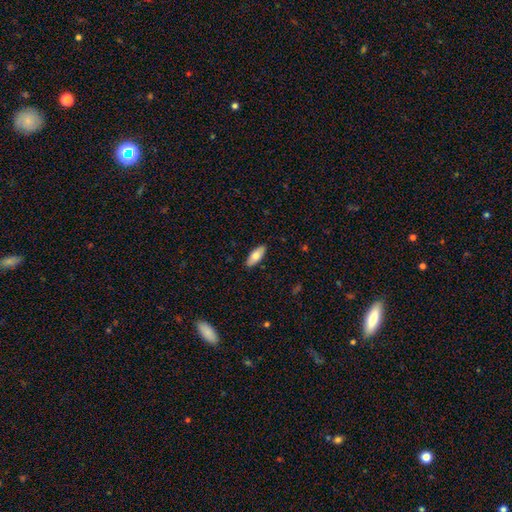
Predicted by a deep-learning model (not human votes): Q: Smooth or featured?
A: smooth (75%); runner-up: featured or disk (19%)
Q: How rounded?
A: in between (78%); runner-up: cigar-shaped (20%)
Q: Merging?
A: none (89%); runner-up: minor disturbance (8%)